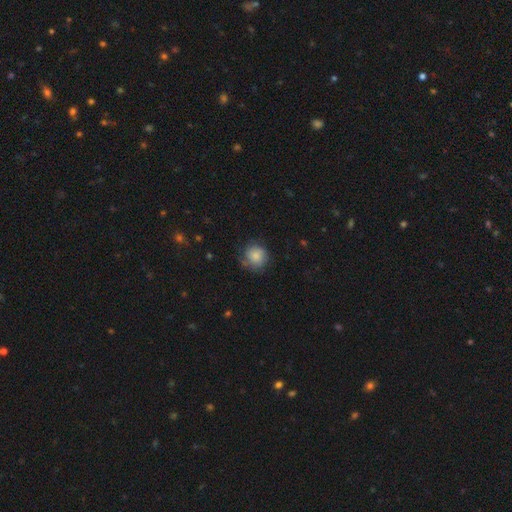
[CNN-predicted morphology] smooth_or_featured: smooth (p=0.80) [alt: featured or disk p=0.12]
how_rounded: round (p=0.89) [alt: in between p=0.10]
merging: none (p=0.70) [alt: minor disturbance p=0.21]